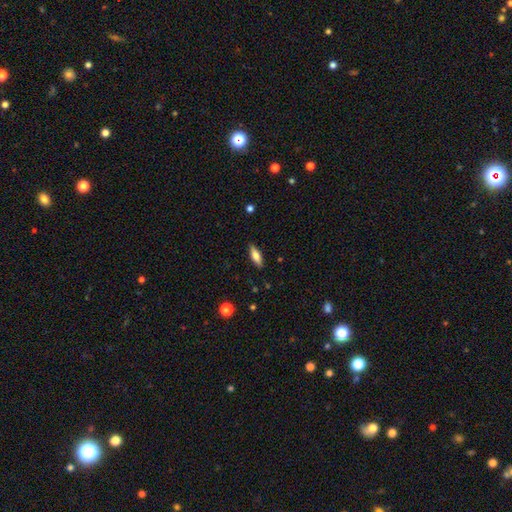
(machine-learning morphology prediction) This appears to be a smooth galaxy with no disk features (71%) that is in between round and cigar-shaped (59%). Merging: none (87%).